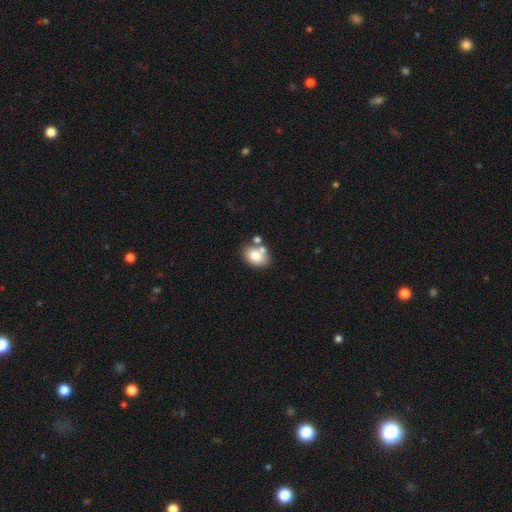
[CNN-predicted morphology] Smooth or featured: smooth — 80% (featured or disk — 11%)
How rounded: in between — 69% (round — 30%)
Merging: none — 58% (merger — 23%)